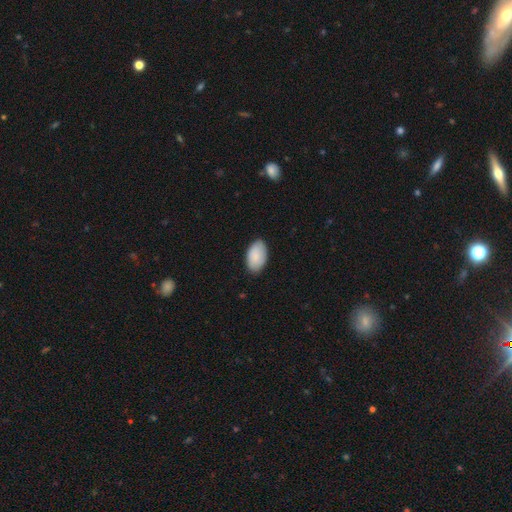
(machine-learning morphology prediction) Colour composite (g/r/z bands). It shows a smooth galaxy with no disk features (88%) that is in between round and cigar-shaped (94%). Merging: none (83%).